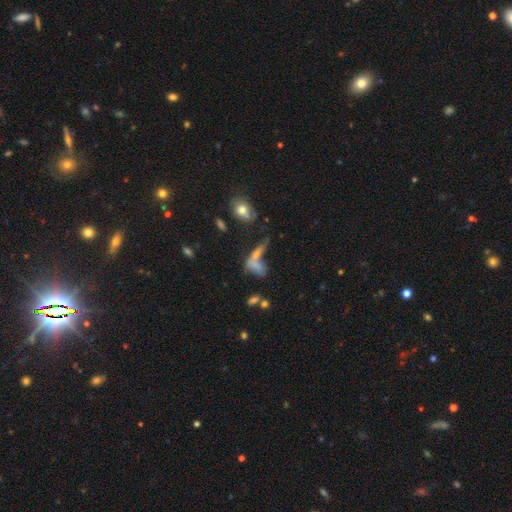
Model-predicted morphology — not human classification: Smooth or featured? smooth (48%)
Merging? merger (34%)